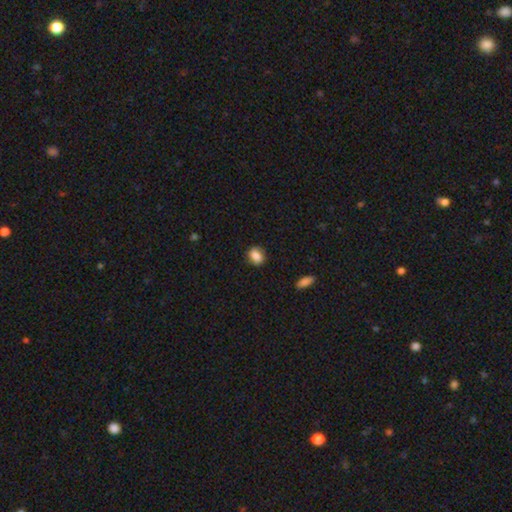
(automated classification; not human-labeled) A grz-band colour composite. It shows a smooth galaxy with no disk features (83%) that is in between round and cigar-shaped (59%). Merging: none (83%).